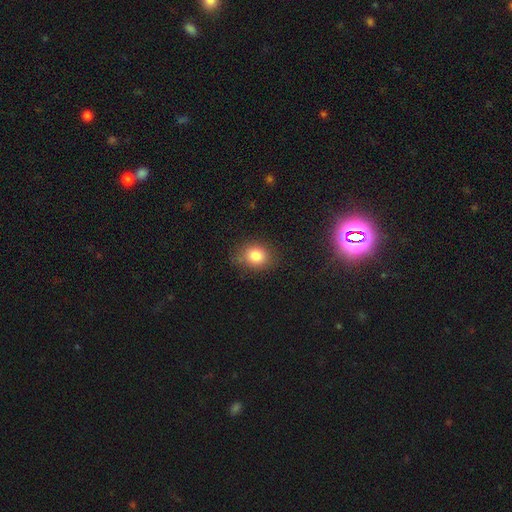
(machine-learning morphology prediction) Smooth or featured? smooth (83%)
How rounded? round (54%)
Merging? none (75%)